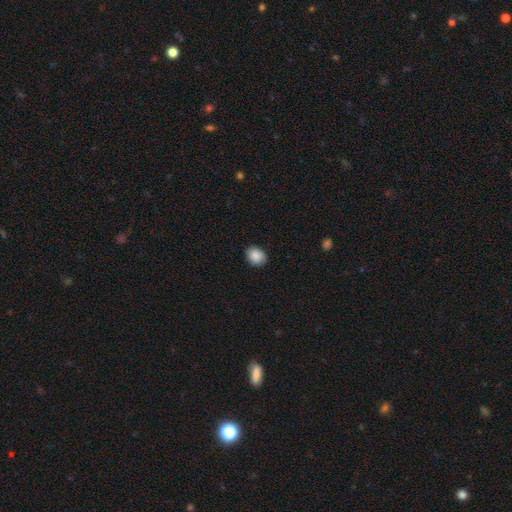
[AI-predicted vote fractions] The model was most divided on "how rounded": round: 55%, in between: 44%, cigar-shaped: 1%. More confident: smooth or featured — smooth (88%); merging — none (86%).